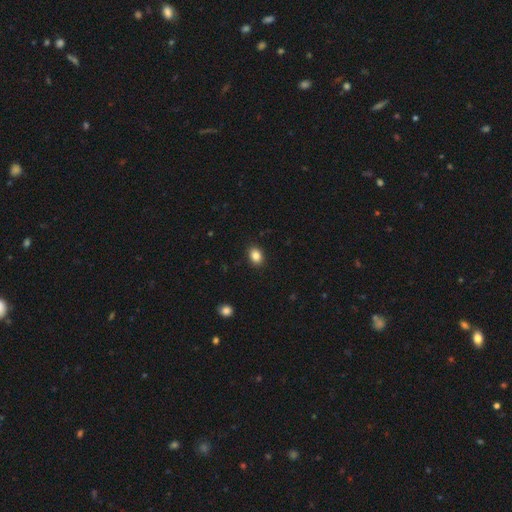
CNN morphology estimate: Smooth or featured: smooth — 86% (star or artifact — 9%)
How rounded: in between — 66% (round — 33%)
Merging: none — 90% (minor disturbance — 7%)